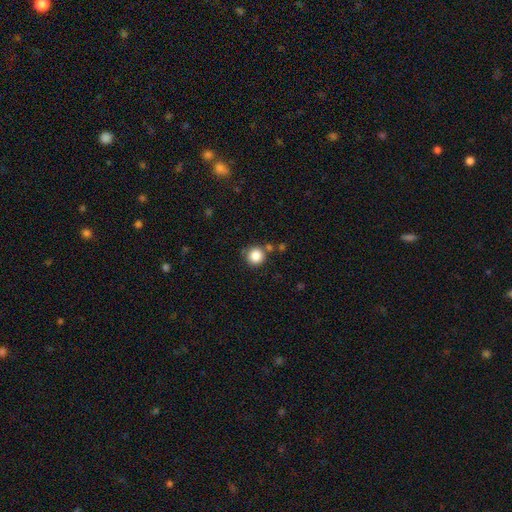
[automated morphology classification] Overall: smooth (85%). How rounded: round (94%). Merging: none (80%).